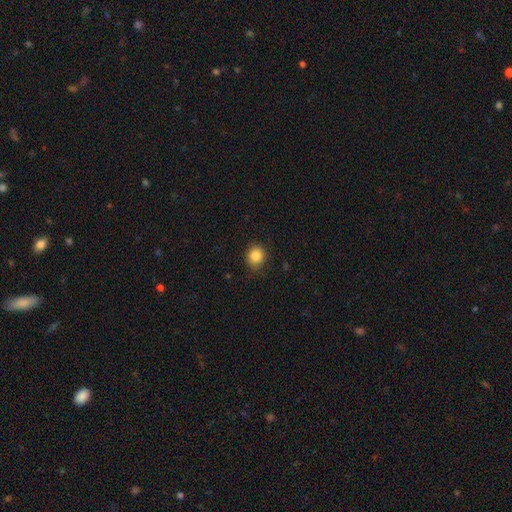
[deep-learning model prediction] smooth_or_featured: smooth (p=0.85) [alt: star or artifact p=0.10]
how_rounded: round (p=0.79) [alt: in between p=0.20]
merging: none (p=0.85) [alt: minor disturbance p=0.12]